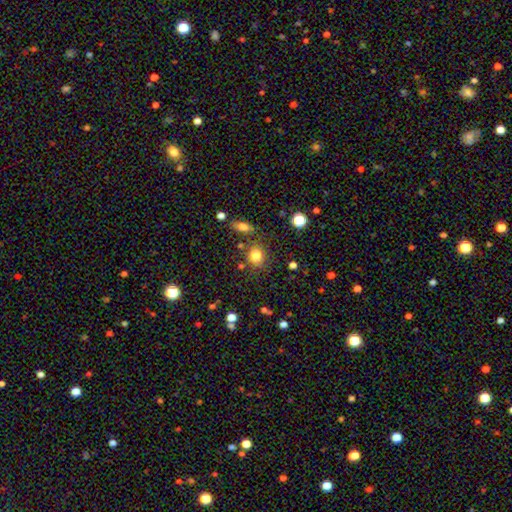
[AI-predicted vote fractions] This appears to be a smooth galaxy with no disk features (80%) that is round (71%). Merging: none (75%).